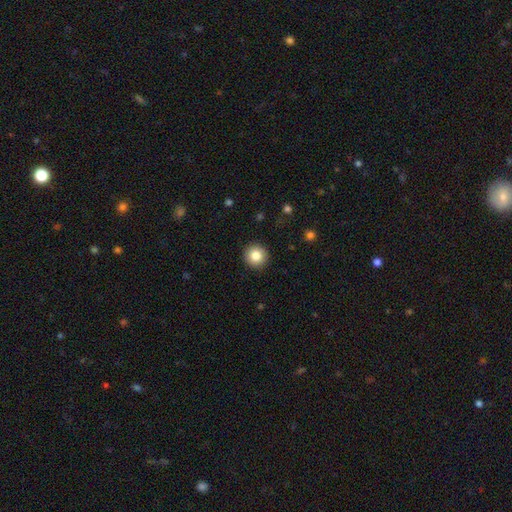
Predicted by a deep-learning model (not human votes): Smooth or featured? smooth (83%)
How rounded? round (95%)
Merging? none (92%)